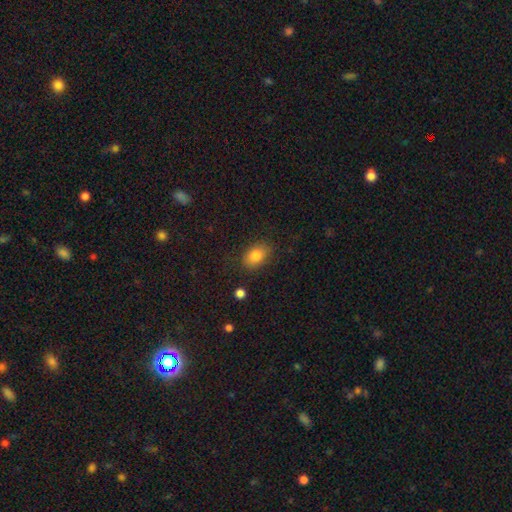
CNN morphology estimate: smooth-or-featured: smooth: 82% | star or artifact: 9% | featured or disk: 9%
  how-rounded: in between: 78% | round: 21% | cigar-shaped: 1%
  merging: none: 83% | minor disturbance: 12% | major disturbance: 3% | merger: 2%